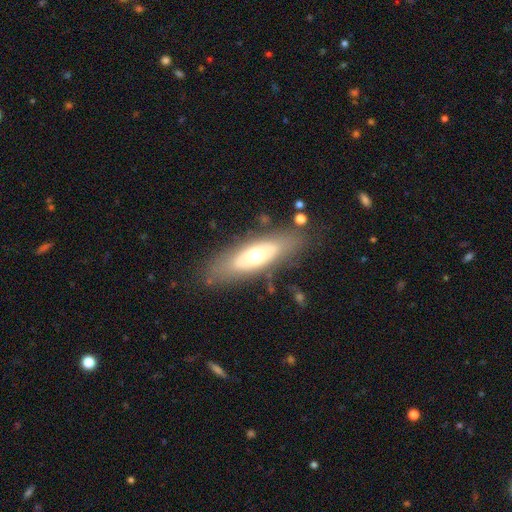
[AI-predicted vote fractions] Smooth or featured: smooth — 47% (featured or disk — 46%)
Merging: none — 78% (minor disturbance — 14%)